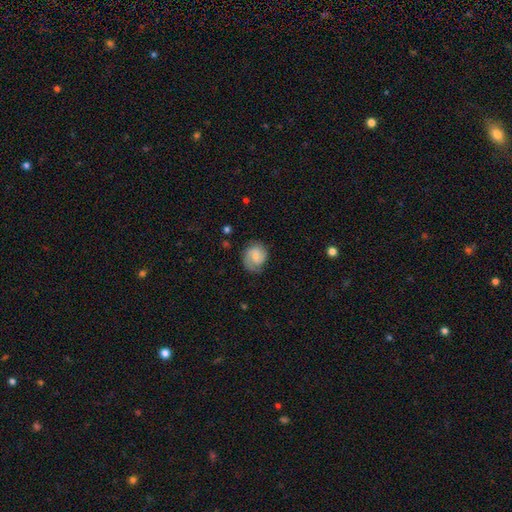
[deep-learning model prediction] This is likely a featured or disk galaxy (62%). It is clearly not viewed edge-on (98%). Bar: possibly no (55%). Spiral arm pattern: clearly yes (93%). Spiral arm count: likely 2 (60%). Spiral winding: possibly tight (46%). Central bulge: possibly small (53%). Merging: likely none (70%).